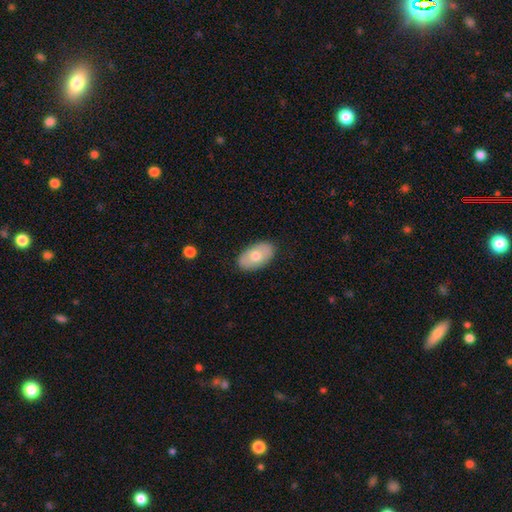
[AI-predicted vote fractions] smooth 68%, featured or disk 26%, star or artifact 6%. Down the decision tree: how rounded — in between (93%); merging — none (87%).